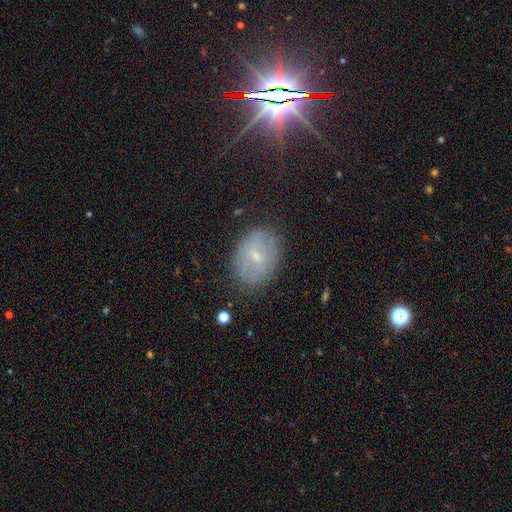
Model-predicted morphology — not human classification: This is possibly a featured or disk galaxy (48%). Merging: likely none (77%).